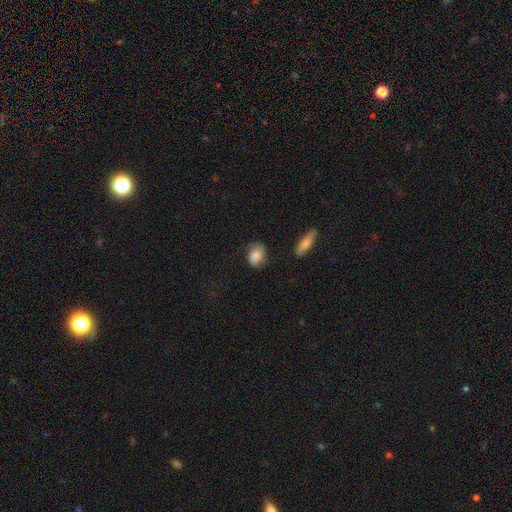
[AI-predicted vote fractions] The model was most divided on "merging": none: 59%, minor disturbance: 29%, major disturbance: 9%, merger: 3%. More confident: smooth or featured — smooth (80%); how rounded — in between (66%).